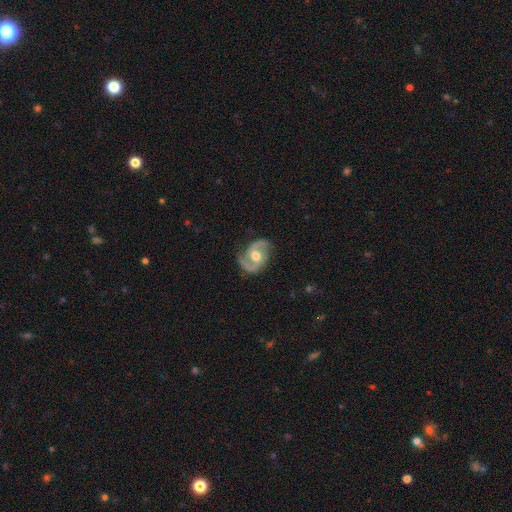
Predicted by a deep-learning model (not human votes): Morphology: type=featured or disk (88%); edge-on=no (97%); bar=no (54%); spiral arms=yes (96%); winding=medium (55%); arm count=2 (92%); bulge=moderate (75%); merging=none (77%).